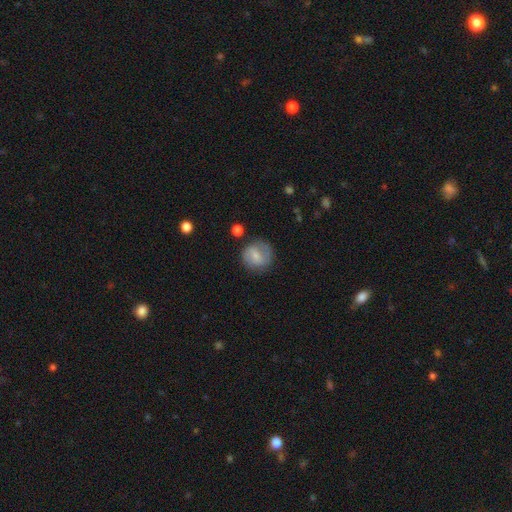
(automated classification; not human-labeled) Smooth or featured?
  - smooth: 51% *
  - featured or disk: 42%
  - star or artifact: 7%
How rounded?
  - round: 85% *
  - in between: 14%
  - cigar-shaped: 1%
Merging?
  - none: 74% *
  - minor disturbance: 17%
  - major disturbance: 6%
  - merger: 3%